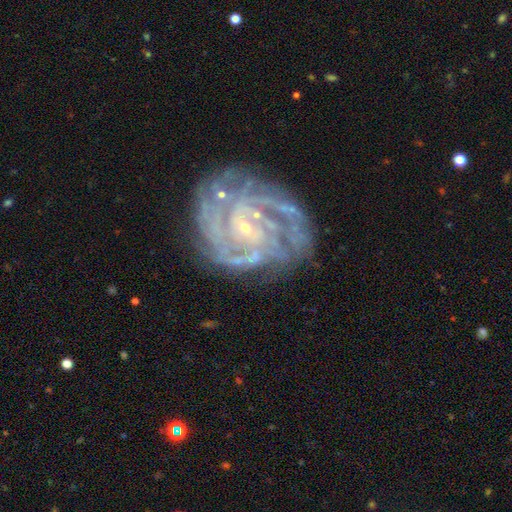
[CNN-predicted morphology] featured or disk 87%, star or artifact 7%, smooth 6%. Down the decision tree: edge-on disk — no (98%); bar — no (58%); spiral arms — yes (95%); spiral arm count — can't tell (25%); spiral winding — tight (63%); bulge size — small (83%); merging — none (66%).